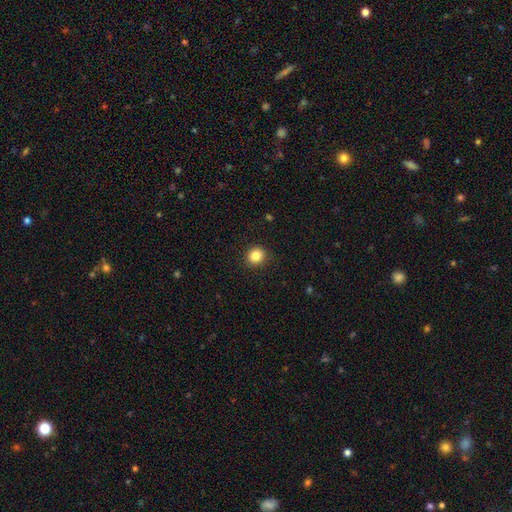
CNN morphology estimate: smooth 85%, star or artifact 11%, featured or disk 5%. Down the decision tree: how rounded — round (85%); merging — none (91%).